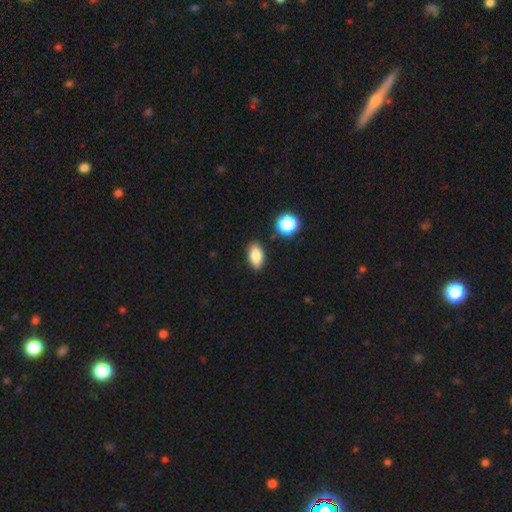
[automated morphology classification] smooth_or_featured: smooth (p=0.82) [alt: featured or disk p=0.09]
how_rounded: in between (p=0.86) [alt: cigar-shaped p=0.07]
merging: none (p=0.85) [alt: minor disturbance p=0.10]